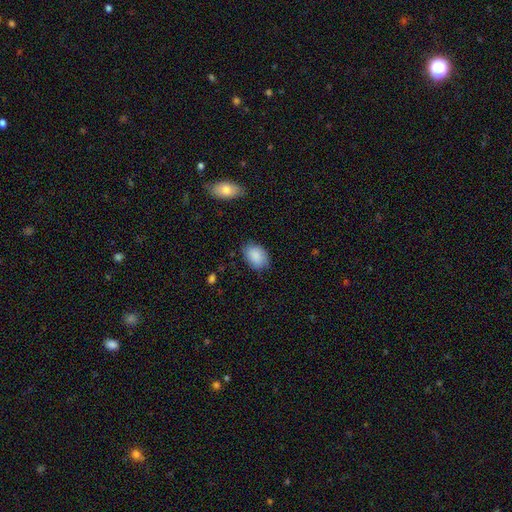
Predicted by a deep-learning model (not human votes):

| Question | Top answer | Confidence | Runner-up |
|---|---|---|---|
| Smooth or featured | smooth | 86% | featured or disk (7%) |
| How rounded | in between | 82% | round (17%) |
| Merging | none | 78% | minor disturbance (17%) |